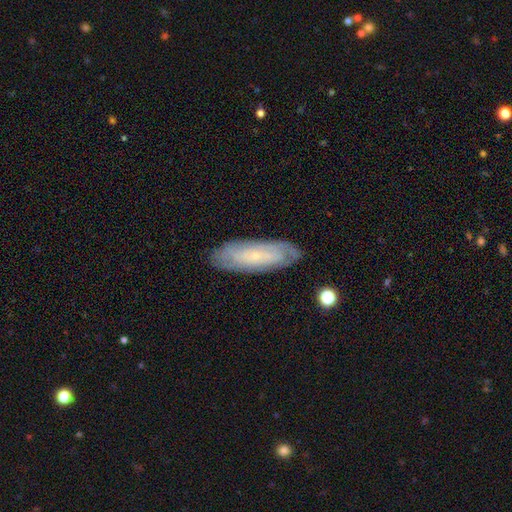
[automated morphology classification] This appears to be a featured or disk galaxy (63%) with no bar (69%), spiral arms (82%) and a small central bulge (84%). Merging: none (82%).